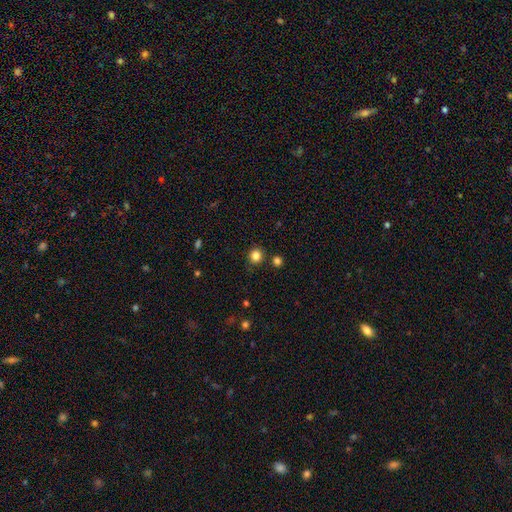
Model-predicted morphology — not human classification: The model was most divided on "smooth or featured": smooth: 83%, star or artifact: 13%, featured or disk: 4%. More confident: how rounded — round (89%); merging — none (86%).